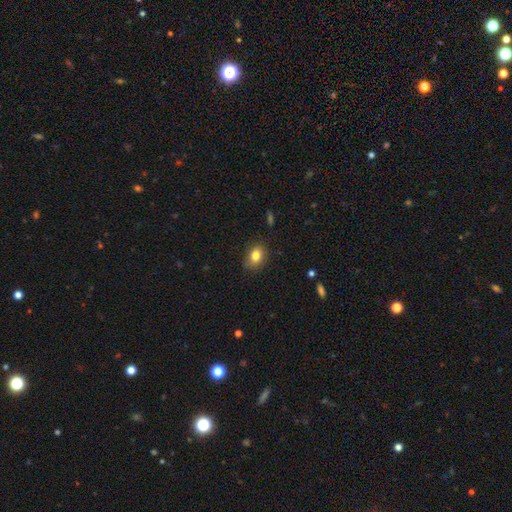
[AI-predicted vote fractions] smooth 82%, star or artifact 9%, featured or disk 9%. Down the decision tree: how rounded — in between (72%); merging — none (82%).